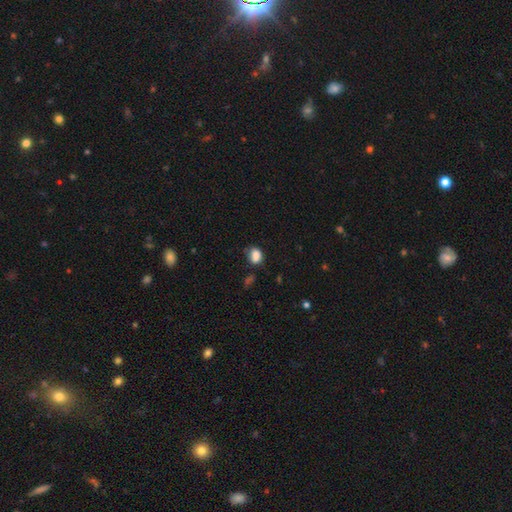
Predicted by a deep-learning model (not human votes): smooth-or-featured: smooth: 83% | star or artifact: 11% | featured or disk: 6%
  how-rounded: in between: 68% | round: 30% | cigar-shaped: 1%
  merging: none: 55% | minor disturbance: 28% | merger: 8% | major disturbance: 8%